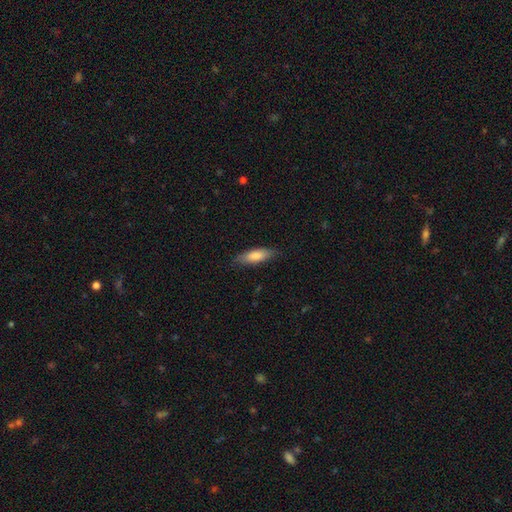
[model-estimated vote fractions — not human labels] A smooth galaxy with no disk features (81%) that is in between round and cigar-shaped (55%).

Vote fractions:
- Smooth or featured? smooth: 81% / featured or disk: 14% / star or artifact: 5%
- How rounded? in between: 55% / cigar-shaped: 43% / round: 2%
- Merging? none: 82% / minor disturbance: 15% / major disturbance: 3% / merger: 1%